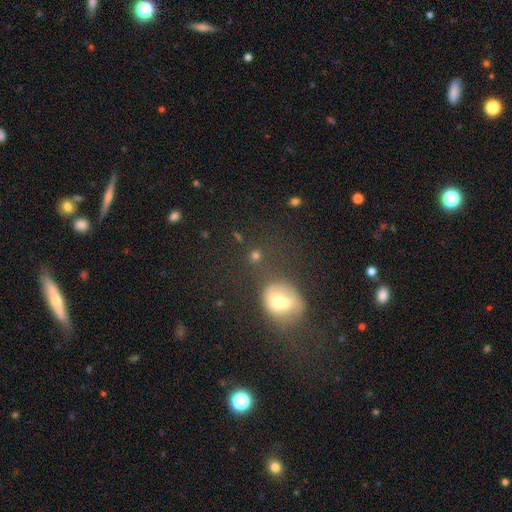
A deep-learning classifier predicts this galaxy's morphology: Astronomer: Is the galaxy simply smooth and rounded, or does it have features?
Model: smooth — 69%.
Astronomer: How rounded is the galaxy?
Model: round — 76%.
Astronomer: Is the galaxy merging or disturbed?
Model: none — 50% (runner-up: merger, 33%).